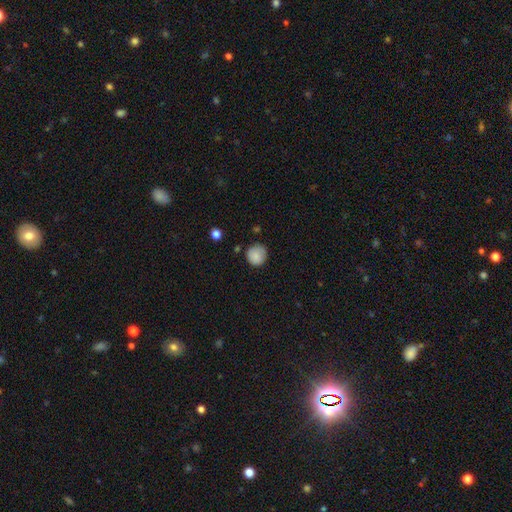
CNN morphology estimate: Smooth or featured? Predicted: smooth (p=0.84). How rounded? Predicted: round (p=0.90). Merging? Predicted: none (p=0.77).